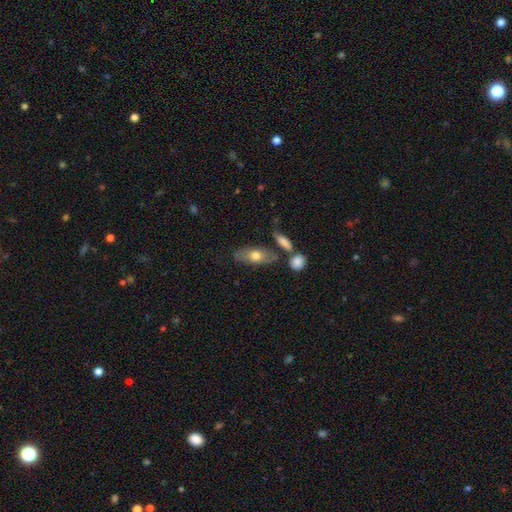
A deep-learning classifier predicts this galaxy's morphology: smooth 62%, featured or disk 32%, star or artifact 6%. Down the decision tree: how rounded — in between (79%); merging — none (68%).